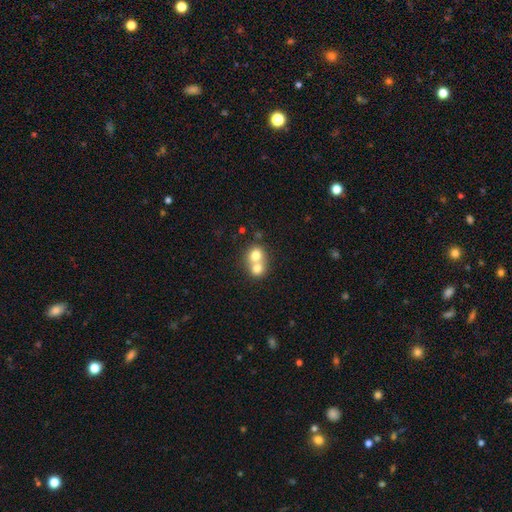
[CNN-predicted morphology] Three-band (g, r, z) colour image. It shows a smooth galaxy with no disk features (72%) that is round (75%). Merging: merger (70%).